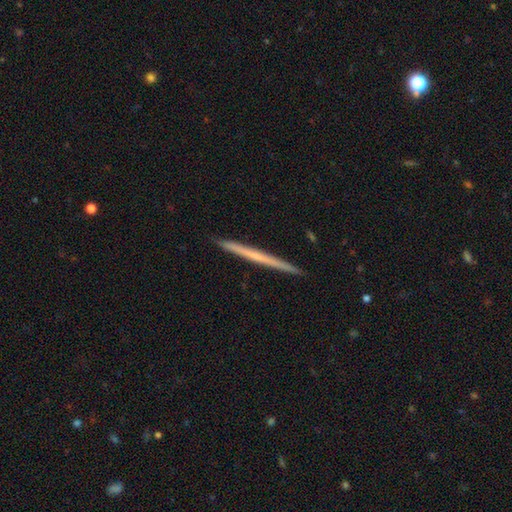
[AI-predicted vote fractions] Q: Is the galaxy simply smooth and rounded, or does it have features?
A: featured or disk — 56%.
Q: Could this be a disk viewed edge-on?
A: yes — 98%.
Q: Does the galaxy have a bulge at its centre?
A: none — 85%.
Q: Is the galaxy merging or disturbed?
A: none — 93%.